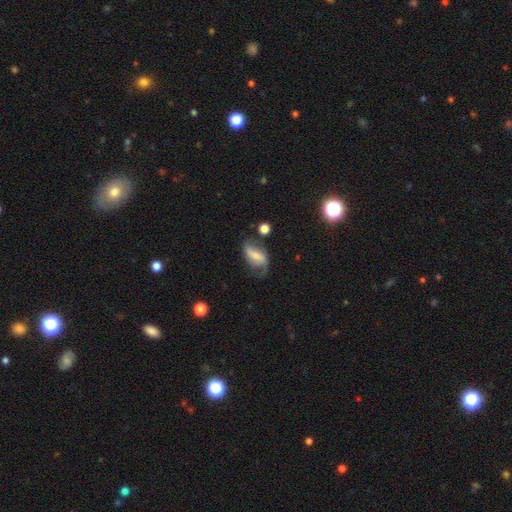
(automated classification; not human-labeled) featured or disk 52%, smooth 38%, star or artifact 9%. Down the decision tree: edge-on disk — no (91%); merging — none (47%).